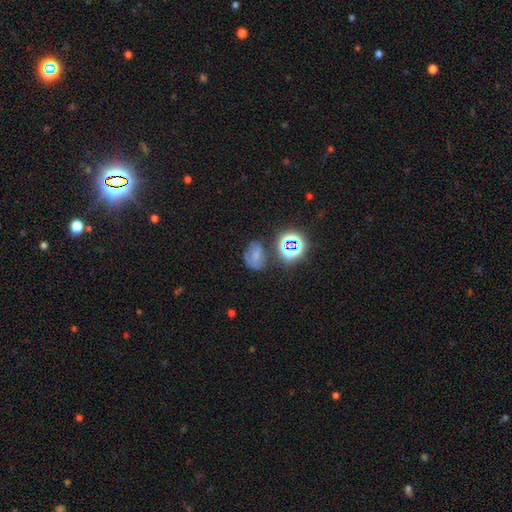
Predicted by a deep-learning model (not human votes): smooth_or_featured: smooth (p=0.49) [alt: star or artifact p=0.28]
merging: none (p=0.51) [alt: minor disturbance p=0.26]